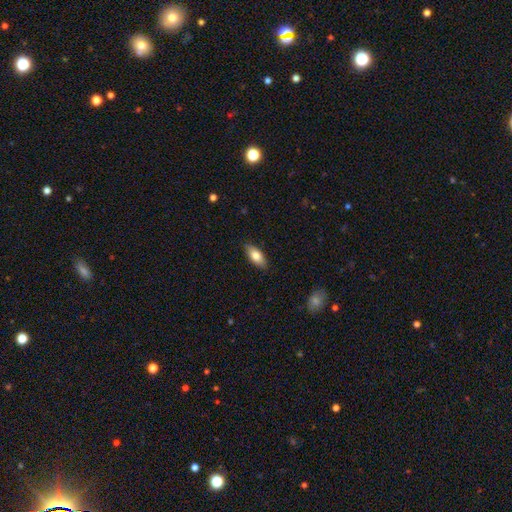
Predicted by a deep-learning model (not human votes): Smooth or featured?
  - smooth: 78% *
  - featured or disk: 16%
  - star or artifact: 6%
How rounded?
  - in between: 82% *
  - cigar-shaped: 16%
  - round: 2%
Merging?
  - none: 88% *
  - minor disturbance: 9%
  - major disturbance: 2%
  - merger: 1%